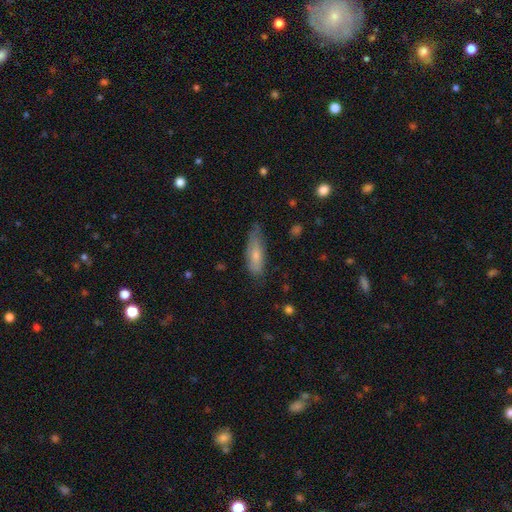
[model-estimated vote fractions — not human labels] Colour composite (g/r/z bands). It shows a smooth galaxy with no disk features (68%) that is in between round and cigar-shaped (53%). Merging: none (60%).